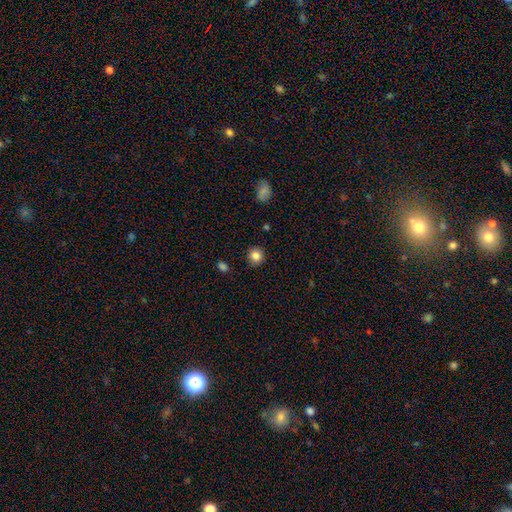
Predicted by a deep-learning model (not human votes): smooth_or_featured: smooth (p=0.84) [alt: star or artifact p=0.10]
how_rounded: round (p=0.87) [alt: in between p=0.12]
merging: none (p=0.89) [alt: minor disturbance p=0.08]